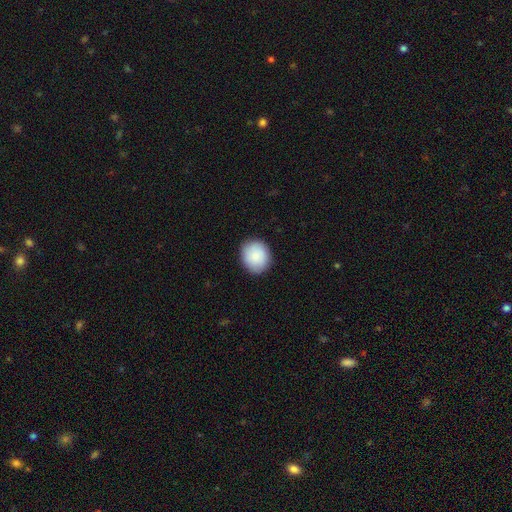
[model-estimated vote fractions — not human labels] The model was most divided on "how rounded": round: 73%, in between: 26%, cigar-shaped: 1%. More confident: smooth or featured — smooth (87%); merging — none (87%).